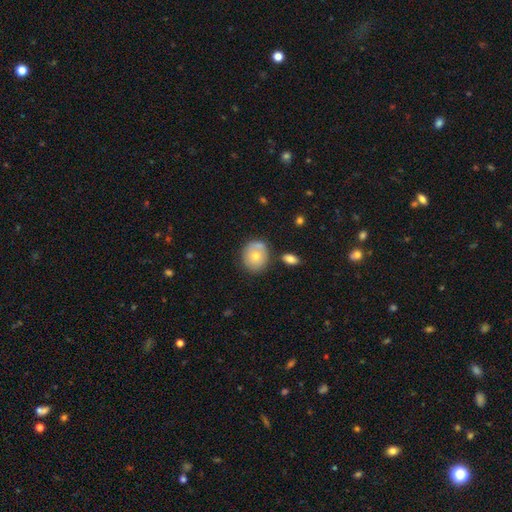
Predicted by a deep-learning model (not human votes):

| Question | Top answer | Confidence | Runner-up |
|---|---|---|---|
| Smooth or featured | smooth | 66% | featured or disk (27%) |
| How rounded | round | 70% | in between (29%) |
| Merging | none | 64% | minor disturbance (19%) |